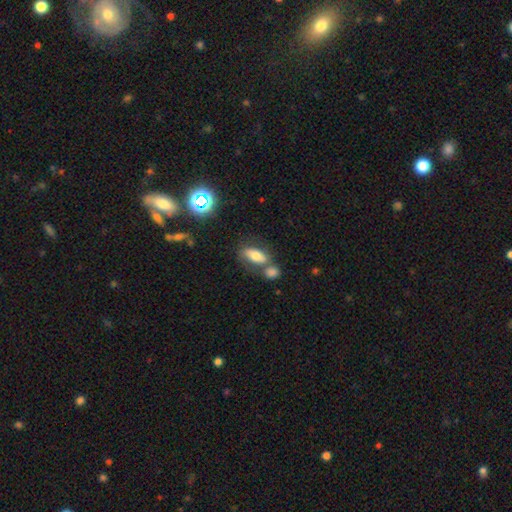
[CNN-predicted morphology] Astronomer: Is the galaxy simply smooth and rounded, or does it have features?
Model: smooth — 68%.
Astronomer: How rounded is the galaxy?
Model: in between — 82%.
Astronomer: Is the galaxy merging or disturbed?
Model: none — 48% (runner-up: merger, 34%).